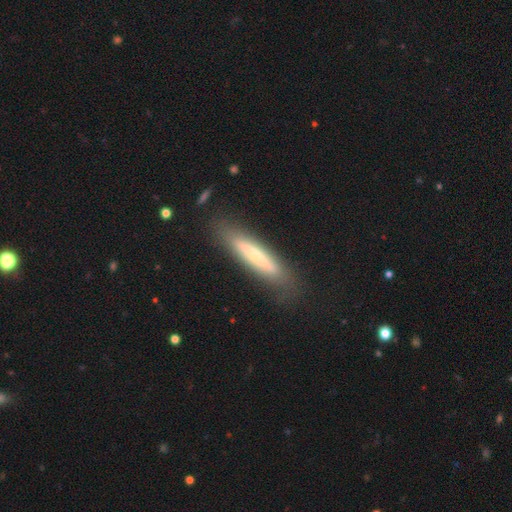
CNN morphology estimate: Q: Smooth or featured?
A: smooth (51%); runner-up: featured or disk (42%)
Q: How rounded?
A: cigar-shaped (86%); runner-up: in between (12%)
Q: Merging?
A: none (81%); runner-up: minor disturbance (13%)